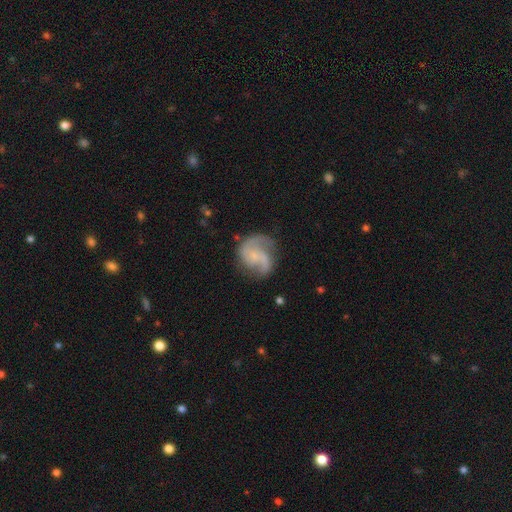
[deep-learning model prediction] Smooth or featured: featured or disk — 83% (smooth — 11%)
Edge-on disk: no — 98% (yes — 2%)
Bar: no — 63% (weak — 31%)
Spiral arms: yes — 96% (no — 4%)
Spiral winding: medium — 51% (loose — 28%)
Spiral arm count: 2 — 81% (3 — 6%)
Bulge size: small — 65% (moderate — 17%)
Merging: none — 68% (minor disturbance — 20%)